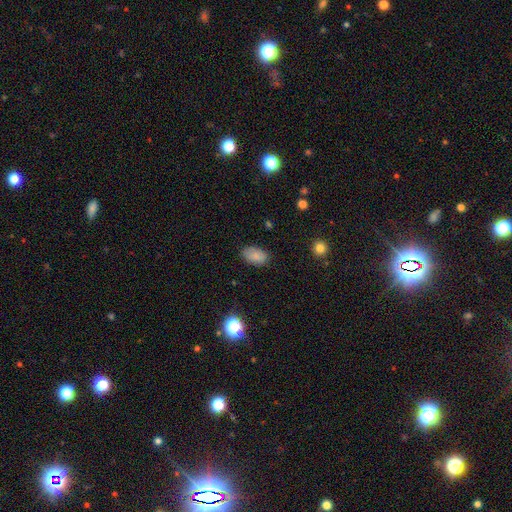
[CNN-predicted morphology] type=smooth (84%); roundness=in between (90%); merging=none (80%).